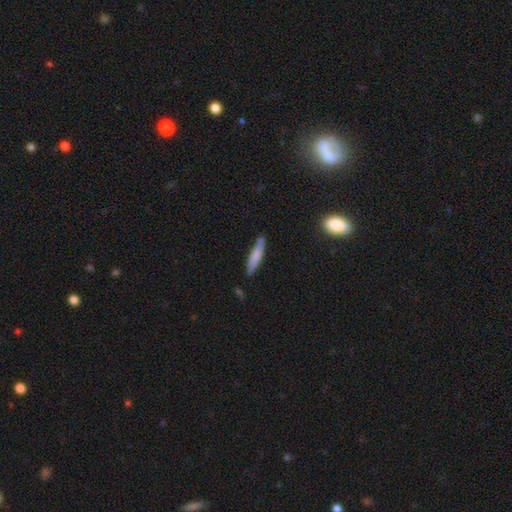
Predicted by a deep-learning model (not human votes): This appears to be a smooth galaxy with no disk features (74%) that is cigar-shaped (87%). Merging: none (81%).